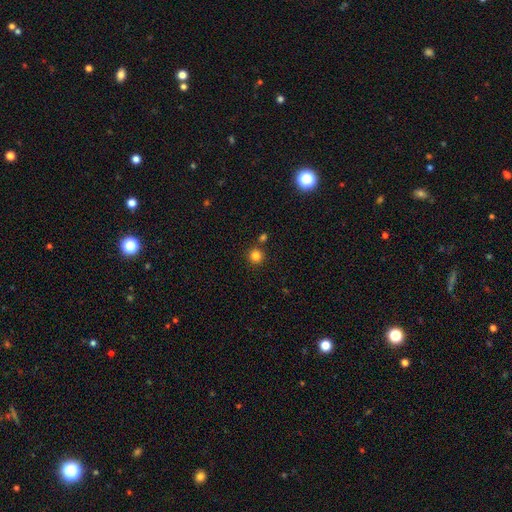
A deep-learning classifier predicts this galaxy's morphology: smooth-or-featured: smooth: 82% | star or artifact: 13% | featured or disk: 4%
  how-rounded: round: 95% | in between: 4% | cigar-shaped: 1%
  merging: none: 84% | merger: 8% | minor disturbance: 6% | major disturbance: 2%